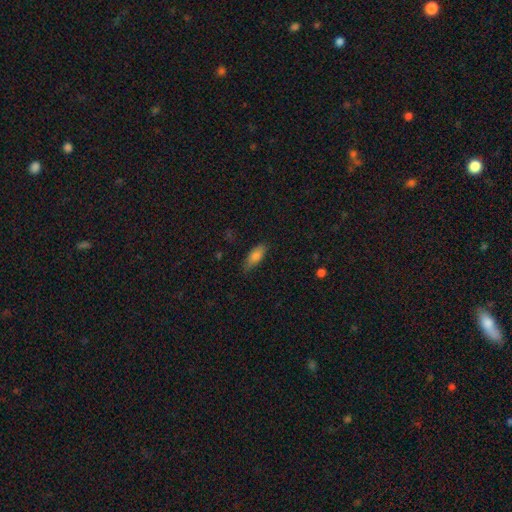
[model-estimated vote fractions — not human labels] Q: Smooth or featured?
A: smooth (82%); runner-up: featured or disk (11%)
Q: How rounded?
A: in between (75%); runner-up: cigar-shaped (23%)
Q: Merging?
A: none (78%); runner-up: minor disturbance (17%)